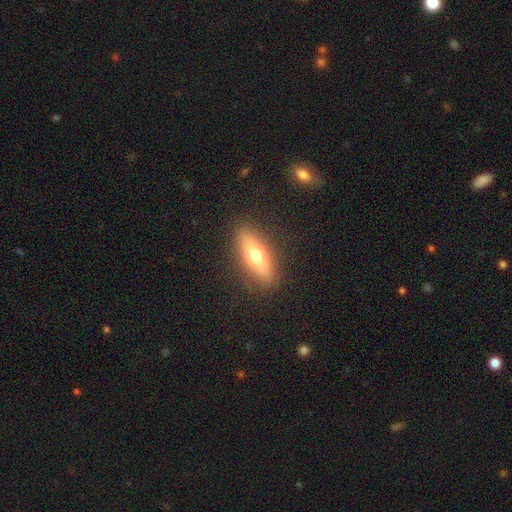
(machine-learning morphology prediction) Overall: smooth (60%; featured or disk 32%). How rounded: in between (52%; cigar-shaped 43%). Merging: none (87%).